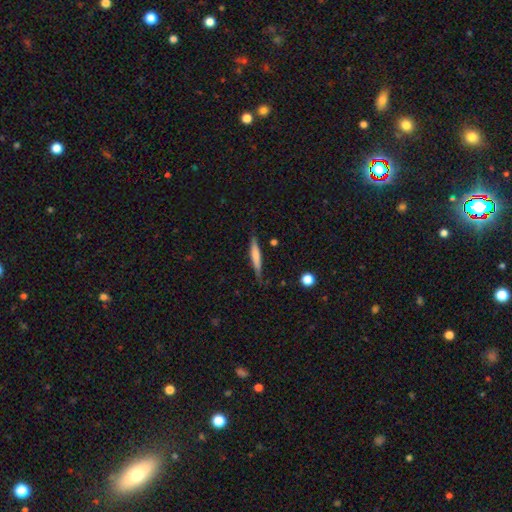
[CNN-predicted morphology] Smooth or featured? Predicted: smooth (p=0.60). How rounded? Predicted: cigar-shaped (p=0.92). Merging? Predicted: none (p=0.79).